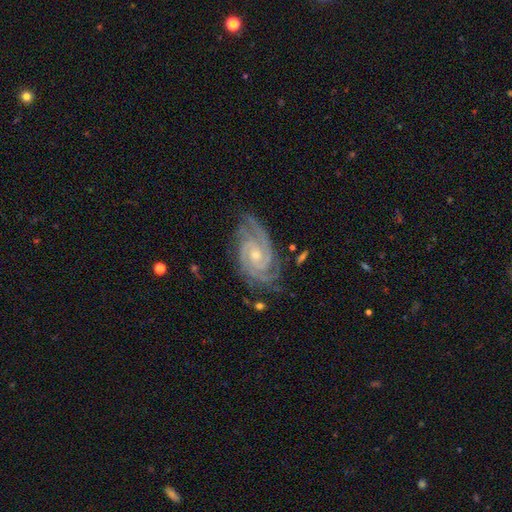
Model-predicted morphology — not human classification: type=featured or disk (86%); edge-on=no (97%); bar=no (62%); spiral arms=yes (98%); winding=tight (66%); arm count=2 (37%); bulge=small (62%); merging=none (77%).